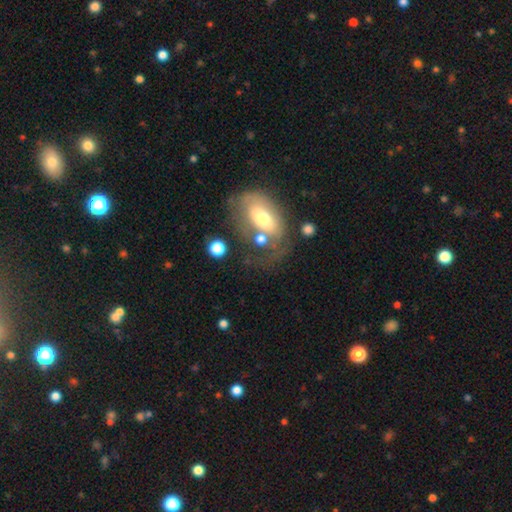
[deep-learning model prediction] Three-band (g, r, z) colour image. It shows a featured or disk galaxy (47%). Merging: none (34%).